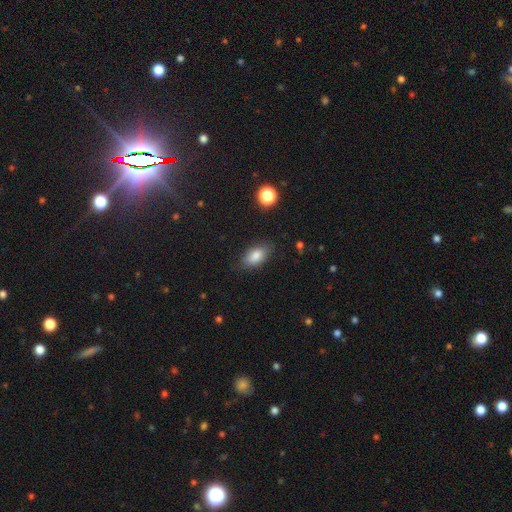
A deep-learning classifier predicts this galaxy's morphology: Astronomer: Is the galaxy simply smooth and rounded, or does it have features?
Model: smooth — 83%.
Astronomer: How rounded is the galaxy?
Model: in between — 90%.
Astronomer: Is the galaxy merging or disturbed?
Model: none — 81%.